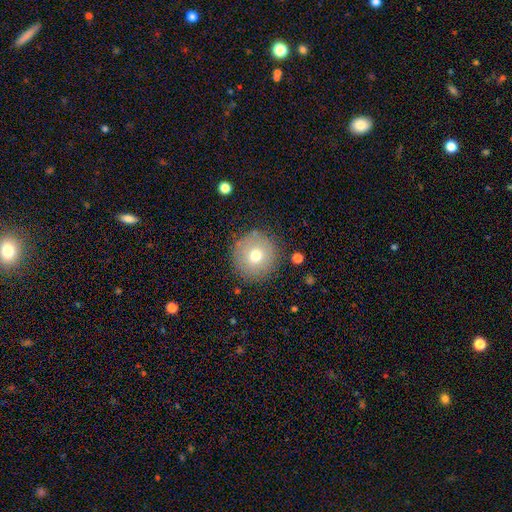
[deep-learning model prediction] smooth-or-featured: smooth: 71% | featured or disk: 17% | star or artifact: 12%
  how-rounded: round: 95% | in between: 4% | cigar-shaped: 1%
  merging: none: 86% | minor disturbance: 9% | major disturbance: 3% | merger: 2%